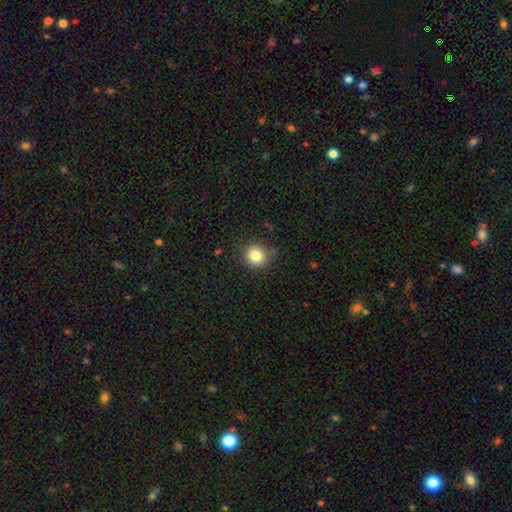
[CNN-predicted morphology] smooth-or-featured: smooth: 83% | star or artifact: 11% | featured or disk: 6%
  how-rounded: round: 90% | in between: 9% | cigar-shaped: 1%
  merging: none: 86% | minor disturbance: 10% | major disturbance: 3% | merger: 2%